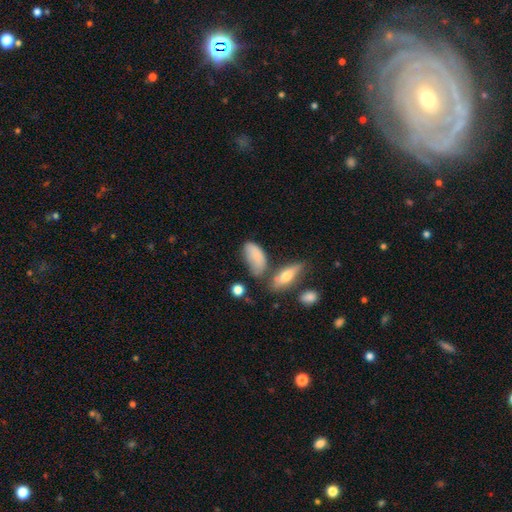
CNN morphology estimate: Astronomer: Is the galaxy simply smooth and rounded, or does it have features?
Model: smooth — 77%.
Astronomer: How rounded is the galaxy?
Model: in between — 89%.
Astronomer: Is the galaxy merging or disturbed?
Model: none — 39% (runner-up: minor disturbance, 30%).